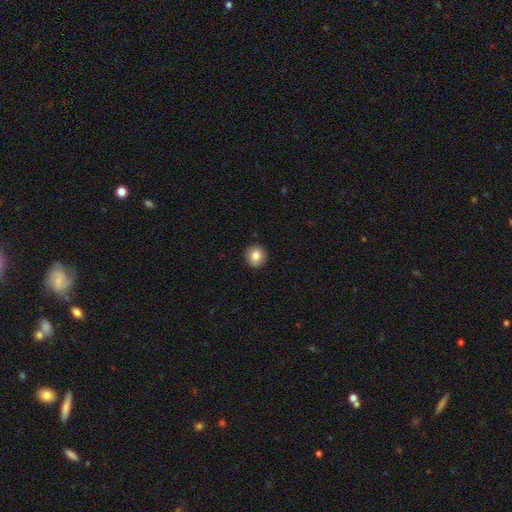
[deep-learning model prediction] Smooth or featured? smooth (83%)
How rounded? round (92%)
Merging? none (92%)